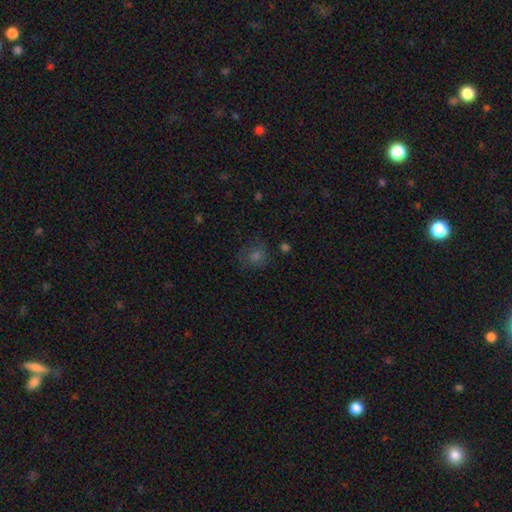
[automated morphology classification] smooth-or-featured: smooth: 51% | star or artifact: 30% | featured or disk: 19%
  how-rounded: round: 79% | in between: 19% | cigar-shaped: 1%
  merging: none: 74% | minor disturbance: 16% | major disturbance: 8% | merger: 2%